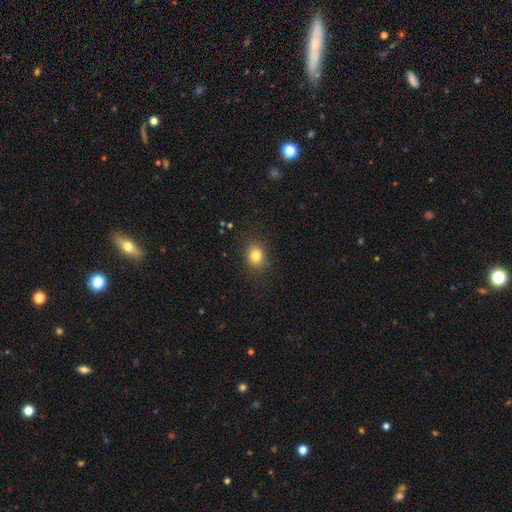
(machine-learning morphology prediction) Smooth or featured: smooth — 80% (star or artifact — 12%)
How rounded: round — 62% (in between — 37%)
Merging: none — 85% (minor disturbance — 10%)